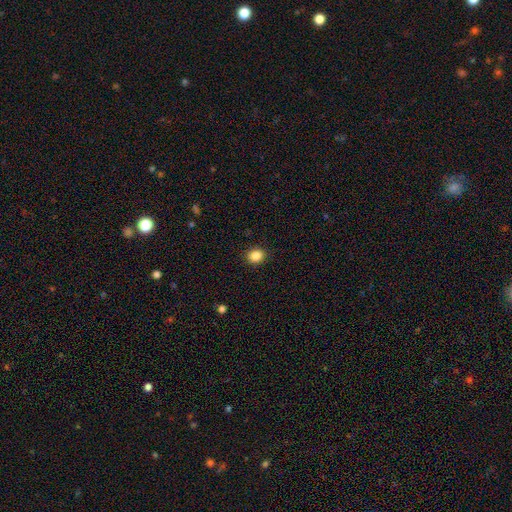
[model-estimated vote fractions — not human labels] A smooth galaxy with no disk features (86%) that is round (69%). Merging: none (90%).